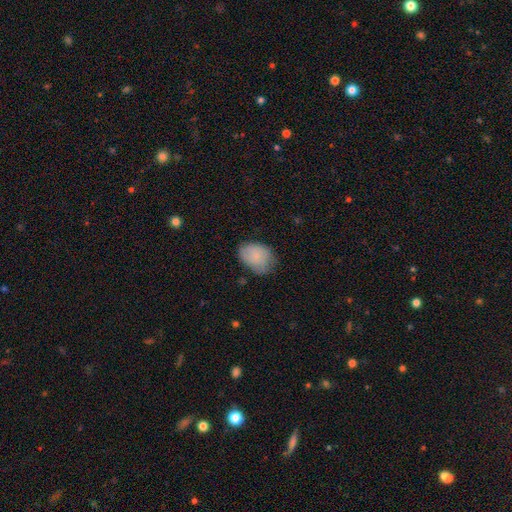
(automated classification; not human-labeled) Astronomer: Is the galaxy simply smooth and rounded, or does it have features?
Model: smooth — 83%.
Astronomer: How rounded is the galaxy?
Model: in between — 73%.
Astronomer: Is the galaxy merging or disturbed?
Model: none — 61%.